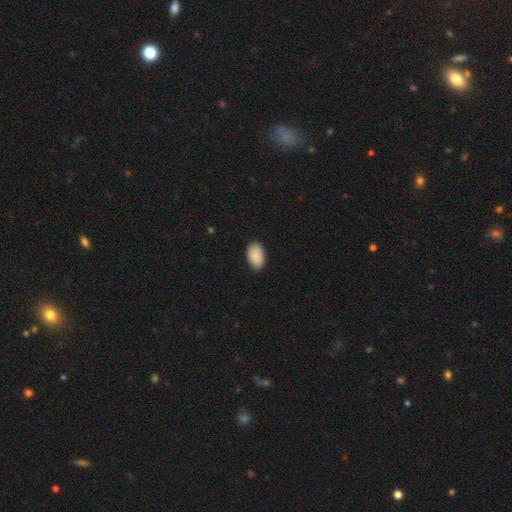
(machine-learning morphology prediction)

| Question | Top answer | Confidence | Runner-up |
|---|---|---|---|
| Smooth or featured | smooth | 91% | star or artifact (6%) |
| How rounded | in between | 94% | round (5%) |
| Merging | none | 84% | minor disturbance (13%) |